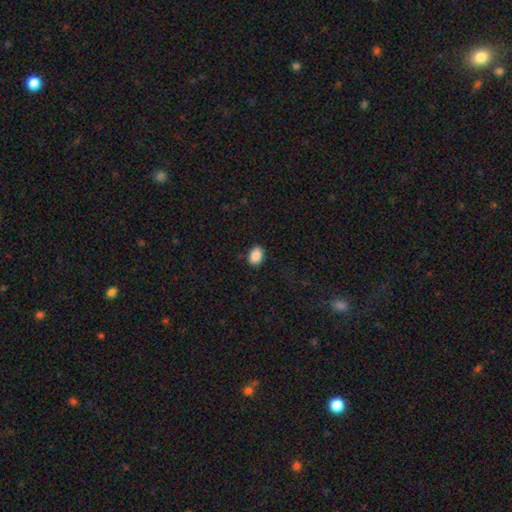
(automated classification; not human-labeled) Smooth or featured? smooth (89%)
How rounded? in between (73%)
Merging? none (88%)